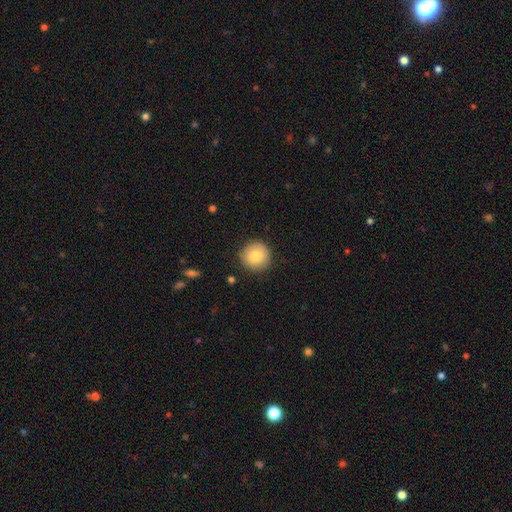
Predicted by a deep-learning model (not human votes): Overall: smooth (84%). How rounded: round (94%). Merging: none (88%).